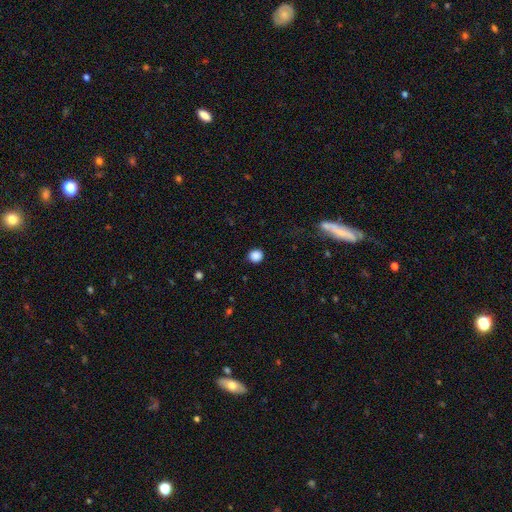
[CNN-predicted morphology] A smooth galaxy with no disk features (87%) that is round (91%).

Vote fractions:
- Smooth or featured? smooth: 87% / star or artifact: 10% / featured or disk: 3%
- How rounded? round: 91% / in between: 8% / cigar-shaped: 1%
- Merging? none: 91% / minor disturbance: 5% / major disturbance: 2% / merger: 1%